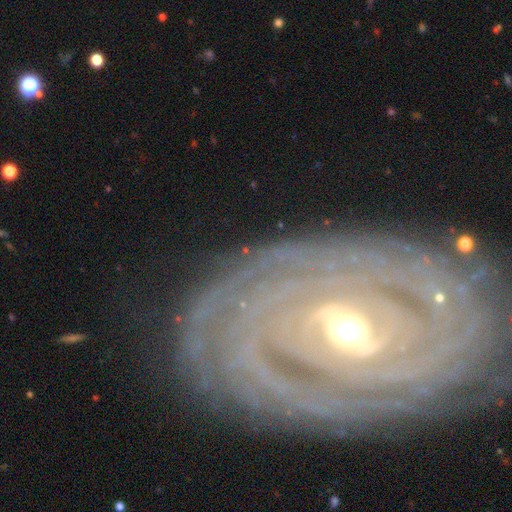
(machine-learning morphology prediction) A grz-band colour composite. It shows a featured or disk galaxy (88%) with a weak bar (37%), tight (87%) spiral arms (93%) and a moderate central bulge (62%). Merging: none (81%).